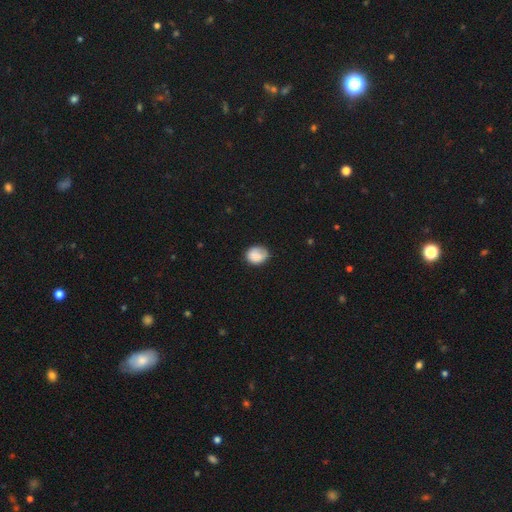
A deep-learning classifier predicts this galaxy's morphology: smooth_or_featured: smooth (p=0.84) [alt: featured or disk p=0.08]
how_rounded: in between (p=0.52) [alt: round p=0.47]
merging: none (p=0.67) [alt: minor disturbance p=0.25]